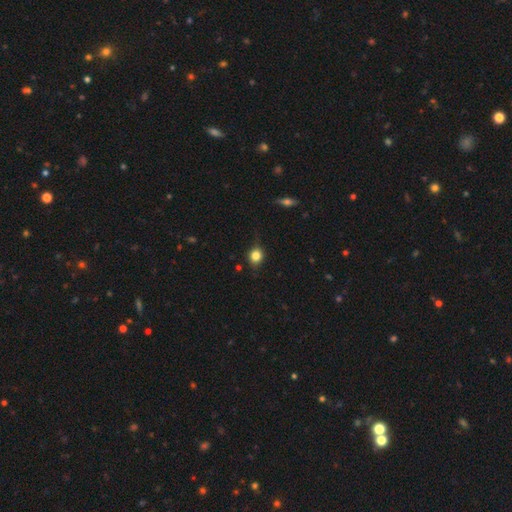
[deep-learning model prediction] Q: Smooth or featured?
A: smooth (81%); runner-up: star or artifact (11%)
Q: How rounded?
A: round (71%); runner-up: in between (27%)
Q: Merging?
A: none (76%); runner-up: minor disturbance (19%)